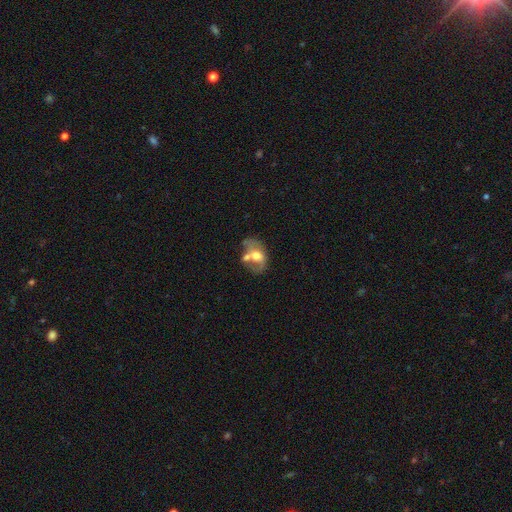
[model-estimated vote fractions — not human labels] smooth_or_featured: featured or disk (p=0.52) [alt: smooth p=0.40]
disk_edge_on: no (p=0.95) [alt: yes p=0.05]
merging: merger (p=0.39) [alt: none p=0.29]